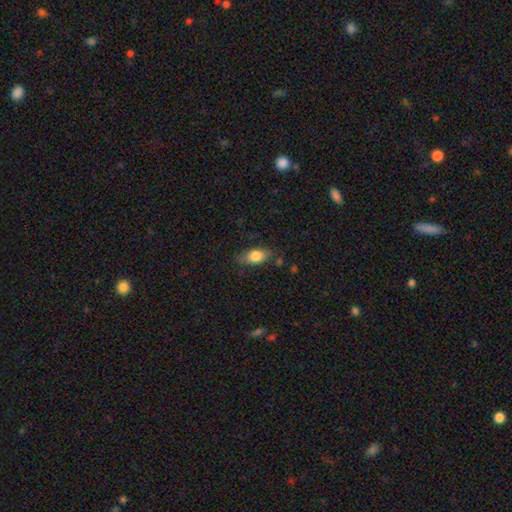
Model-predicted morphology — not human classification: Overall: smooth (80%). How rounded: in between (86%). Merging: none (75%).